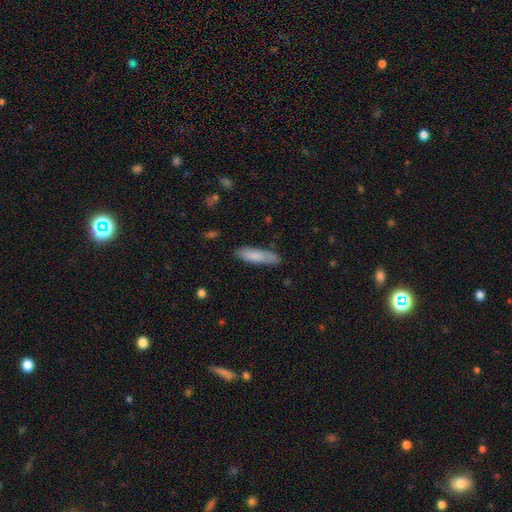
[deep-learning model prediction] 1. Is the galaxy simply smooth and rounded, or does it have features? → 82% smooth, 12% featured or disk, 6% star or artifact.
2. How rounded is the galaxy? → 67% cigar-shaped, 32% in between, 1% round.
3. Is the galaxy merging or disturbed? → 80% none, 16% minor disturbance, 3% major disturbance, 2% merger.